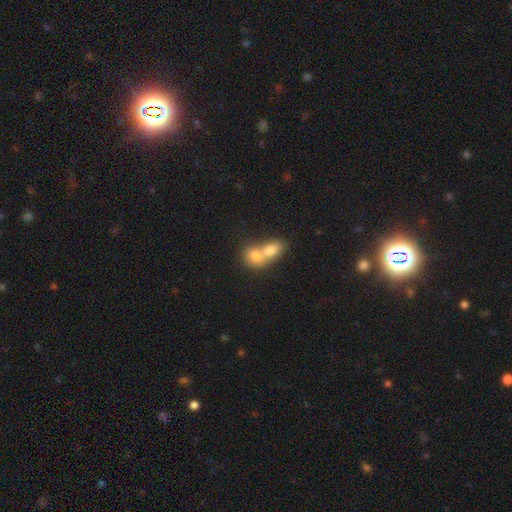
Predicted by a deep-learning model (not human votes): A smooth galaxy with no disk features (74%) that is in between round and cigar-shaped (57%).

Vote fractions:
- Smooth or featured? smooth: 74% / featured or disk: 18% / star or artifact: 9%
- How rounded? in between: 57% / round: 41% / cigar-shaped: 2%
- Merging? merger: 78% / none: 15% / minor disturbance: 4% / major disturbance: 2%